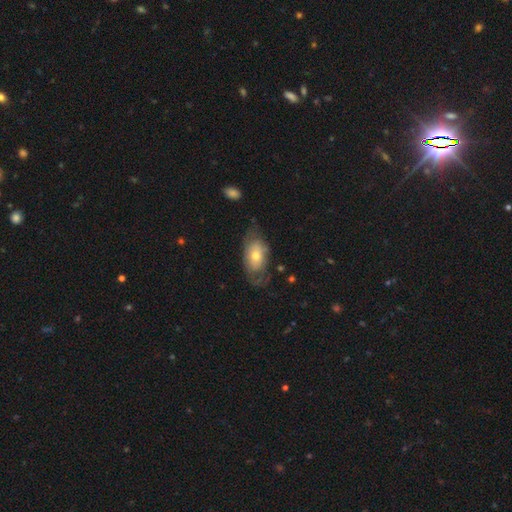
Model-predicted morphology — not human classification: Smooth or featured? smooth (49%)
Merging? none (54%)